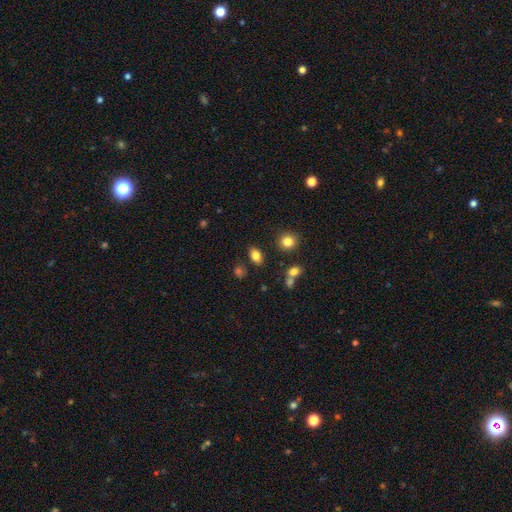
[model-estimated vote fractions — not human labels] The model was most divided on "how rounded": in between: 80%, round: 18%, cigar-shaped: 2%. More confident: smooth or featured — smooth (82%); merging — none (80%).